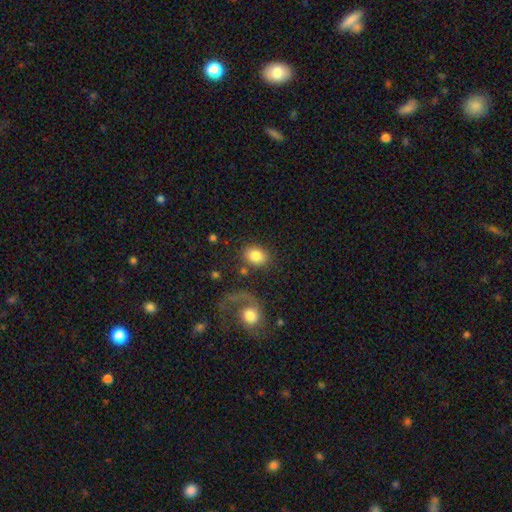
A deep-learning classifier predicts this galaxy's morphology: The model was most divided on "how rounded": in between: 63%, round: 36%, cigar-shaped: 1%. More confident: smooth or featured — smooth (82%); merging — none (74%).